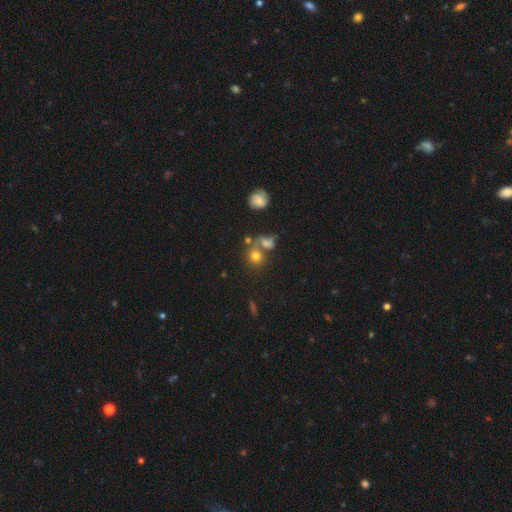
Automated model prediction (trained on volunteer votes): smooth-or-featured: smooth: 70% | star or artifact: 16% | featured or disk: 14%
  how-rounded: round: 76% | in between: 23% | cigar-shaped: 1%
  merging: none: 46% | merger: 35% | minor disturbance: 12% | major disturbance: 8%